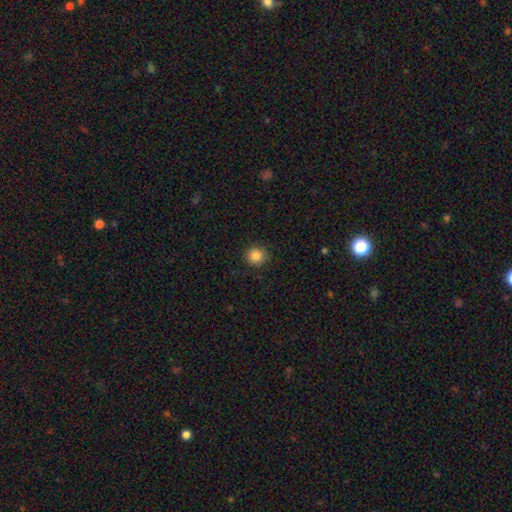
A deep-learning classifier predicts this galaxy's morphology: A smooth galaxy with no disk features (85%) that is round (91%).

Vote fractions:
- Smooth or featured? smooth: 85% / star or artifact: 10% / featured or disk: 5%
- How rounded? round: 91% / in between: 8% / cigar-shaped: 1%
- Merging? none: 90% / minor disturbance: 7% / major disturbance: 2% / merger: 1%